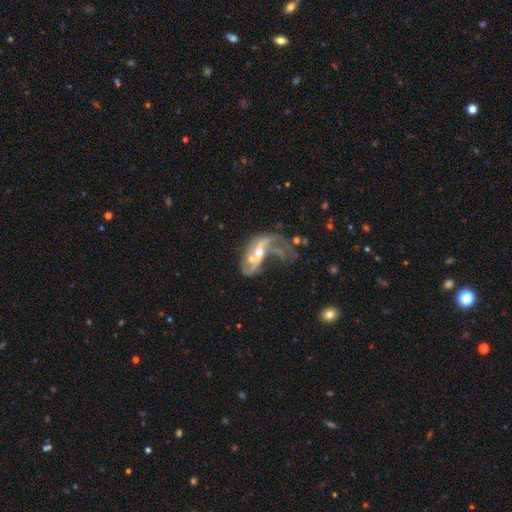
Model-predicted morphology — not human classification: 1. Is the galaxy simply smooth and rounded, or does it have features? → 76% featured or disk, 14% smooth, 10% star or artifact.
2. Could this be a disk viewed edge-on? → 95% no, 5% yes.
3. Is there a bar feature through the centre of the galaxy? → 61% no, 28% weak, 11% strong.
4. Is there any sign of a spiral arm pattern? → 72% yes, 28% no.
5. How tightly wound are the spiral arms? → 73% loose, 20% medium, 7% tight.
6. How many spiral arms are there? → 47% 2, 21% 1, 19% can't tell, 7% 3, 3% 4, 3% more than 4.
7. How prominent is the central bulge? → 53% moderate, 37% small, 5% none, 4% large, 1% dominant.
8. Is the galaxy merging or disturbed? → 47% merger, 30% major disturbance, 15% none, 9% minor disturbance.